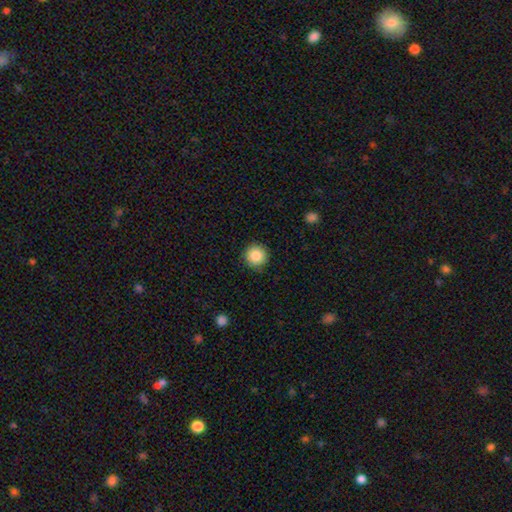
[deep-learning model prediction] The model was most divided on "smooth or featured": smooth: 87%, star or artifact: 9%, featured or disk: 5%. More confident: how rounded — round (95%); merging — none (89%).